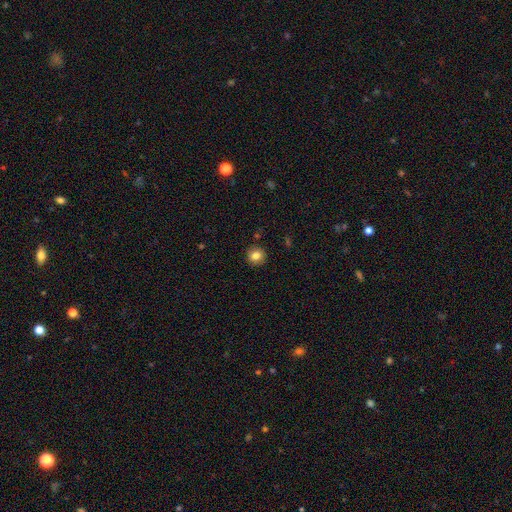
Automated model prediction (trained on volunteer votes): smooth 83%, star or artifact 11%, featured or disk 7%. Down the decision tree: how rounded — round (90%); merging — none (89%).